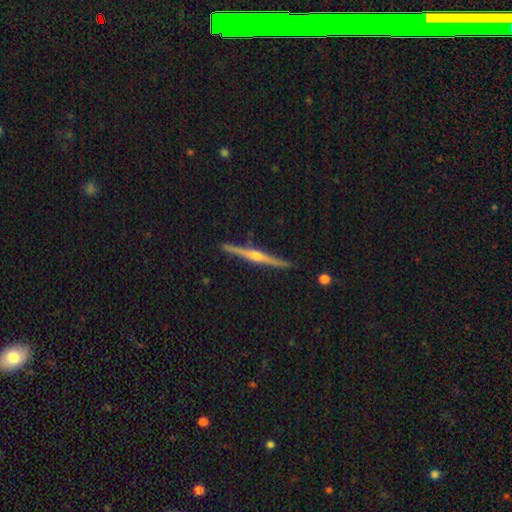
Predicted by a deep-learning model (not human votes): The model was most divided on "smooth or featured": featured or disk: 84%, smooth: 11%, star or artifact: 5%. More confident: edge-on disk — yes (99%); merging — none (92%); edge-on bulge — rounded (89%).